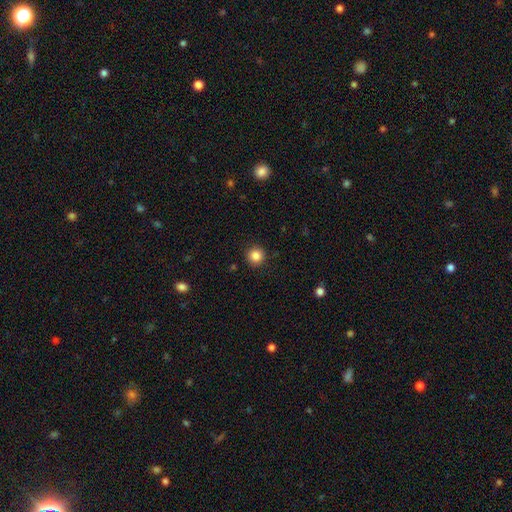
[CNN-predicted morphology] Smooth or featured? Predicted: smooth (p=0.85). How rounded? Predicted: round (p=0.95). Merging? Predicted: none (p=0.92).